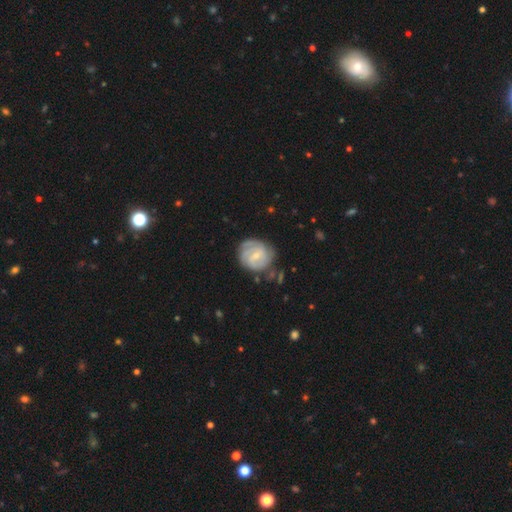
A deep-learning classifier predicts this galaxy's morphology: featured or disk 75%, smooth 20%, star or artifact 5%. Down the decision tree: edge-on disk — no (98%); bar — weak (57%); spiral arms — yes (92%); spiral arm count — can't tell (31%); spiral winding — tight (58%); bulge size — small (66%); merging — none (71%).